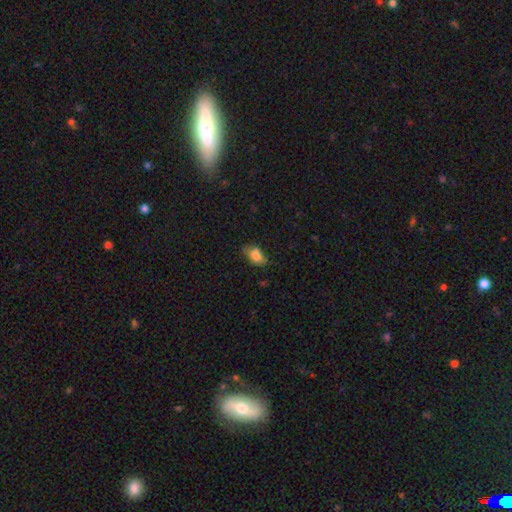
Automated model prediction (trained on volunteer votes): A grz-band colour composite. It shows a smooth galaxy with no disk features (76%) that is in between round and cigar-shaped (85%). Merging: none (61%).